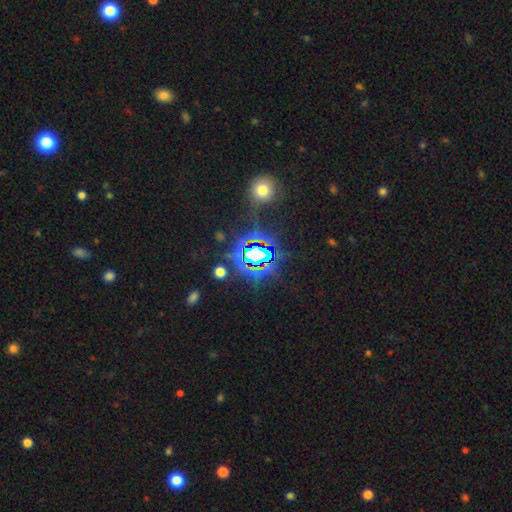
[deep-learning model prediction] Smooth or featured? Predicted: star or artifact (p=0.77).